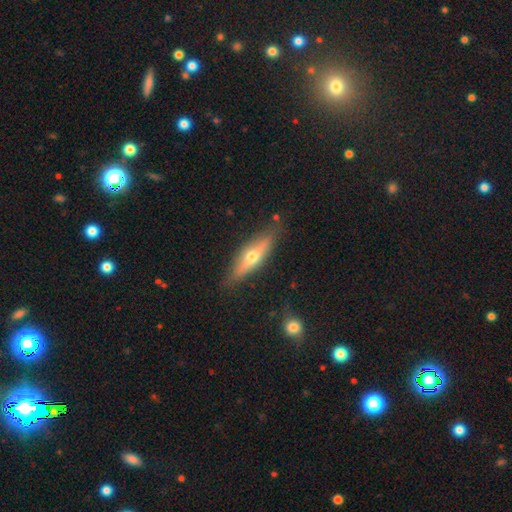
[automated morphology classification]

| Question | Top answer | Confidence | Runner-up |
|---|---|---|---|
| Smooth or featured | featured or disk | 55% | smooth (37%) |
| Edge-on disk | yes | 86% | no (14%) |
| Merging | none | 86% | minor disturbance (10%) |